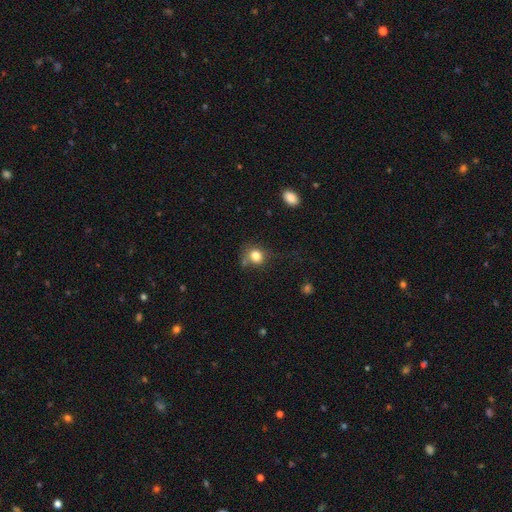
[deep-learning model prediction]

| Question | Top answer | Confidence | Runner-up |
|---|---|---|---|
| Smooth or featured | smooth | 81% | star or artifact (11%) |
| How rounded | round | 73% | in between (26%) |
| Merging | none | 62% | minor disturbance (22%) |